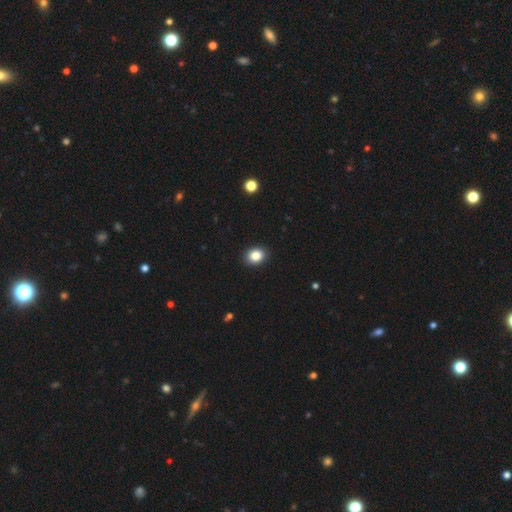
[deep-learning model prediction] Smooth or featured: smooth — 85% (star or artifact — 10%)
How rounded: round — 51% (in between — 49%)
Merging: none — 91% (minor disturbance — 6%)